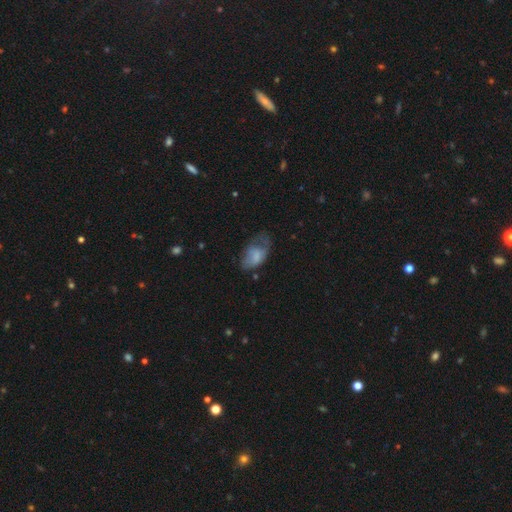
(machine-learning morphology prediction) The model was most divided on "merging": major disturbance: 35%, minor disturbance: 32%, none: 30%, merger: 3%. More confident: how rounded — in between (91%); smooth or featured — smooth (64%).